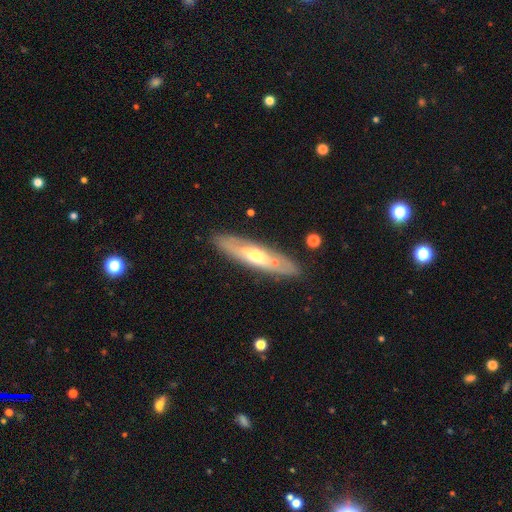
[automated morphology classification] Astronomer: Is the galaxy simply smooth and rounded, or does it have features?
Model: featured or disk — 57% (runner-up: smooth, 37%).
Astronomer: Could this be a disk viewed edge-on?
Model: yes — 53% (runner-up: no, 47%).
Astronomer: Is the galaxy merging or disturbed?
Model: none — 82%.